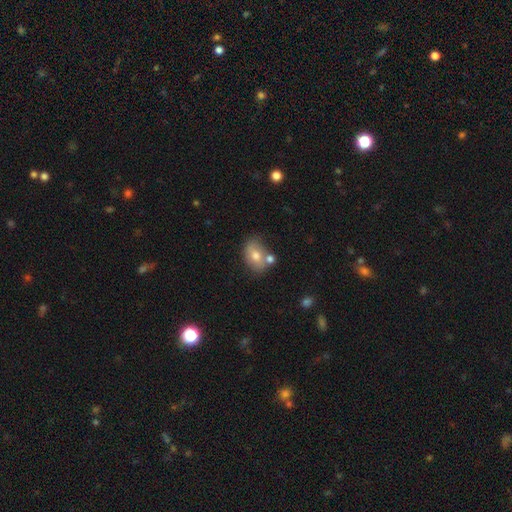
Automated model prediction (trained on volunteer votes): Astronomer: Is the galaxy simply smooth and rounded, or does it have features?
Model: smooth — 66%.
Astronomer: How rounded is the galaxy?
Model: in between — 77%.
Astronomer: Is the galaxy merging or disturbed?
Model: none — 54%.